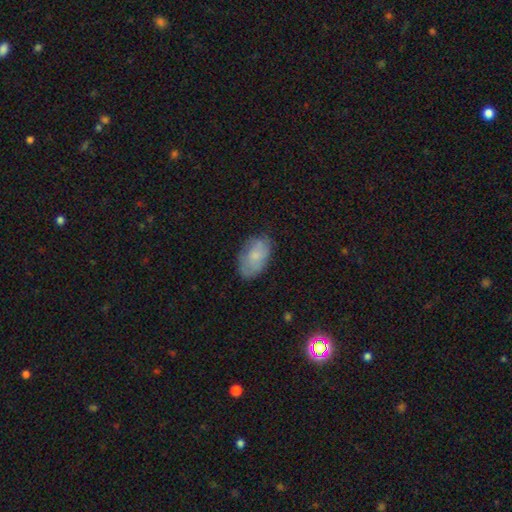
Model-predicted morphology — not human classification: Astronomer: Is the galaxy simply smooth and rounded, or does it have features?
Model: smooth — 69%.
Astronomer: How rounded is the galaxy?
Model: in between — 92%.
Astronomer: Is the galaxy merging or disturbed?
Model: none — 69%.